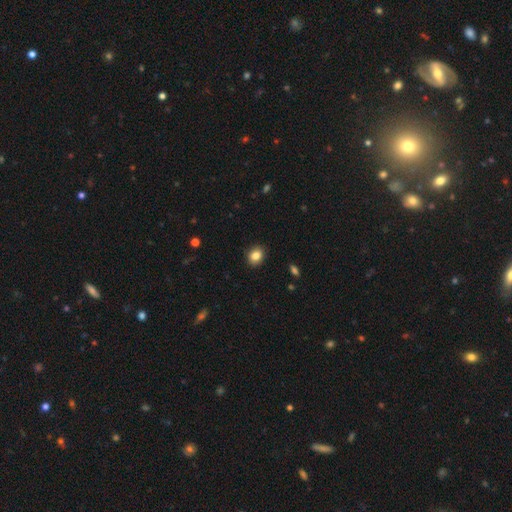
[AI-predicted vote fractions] Smooth or featured? smooth (84%)
How rounded? round (60%)
Merging? none (90%)